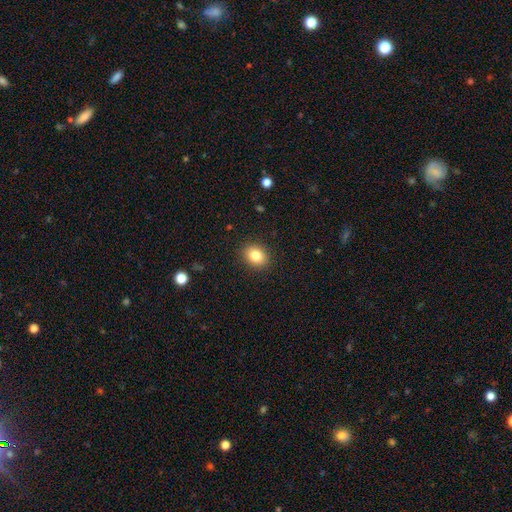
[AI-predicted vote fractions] Morphology: type=smooth (82%); roundness=round (51%); merging=none (90%).